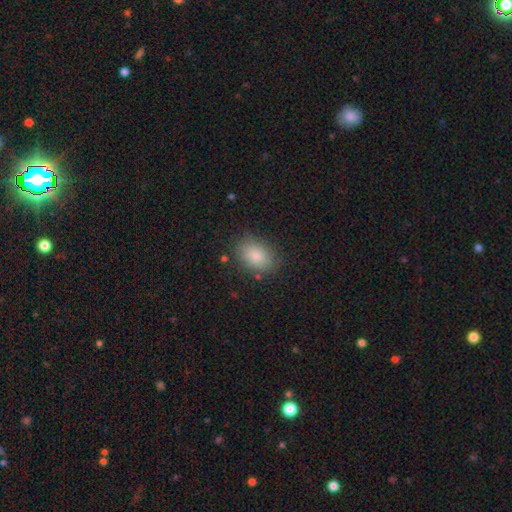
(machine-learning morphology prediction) smooth_or_featured: smooth (p=0.85) [alt: star or artifact p=0.08]
how_rounded: in between (p=0.82) [alt: round p=0.17]
merging: none (p=0.80) [alt: minor disturbance p=0.14]